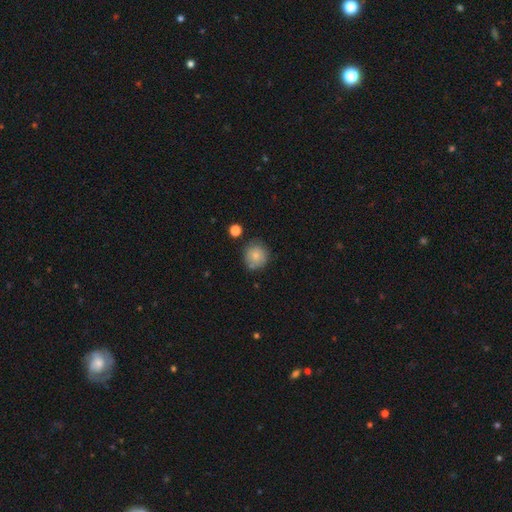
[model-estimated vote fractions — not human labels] smooth_or_featured: smooth (p=0.80) [alt: featured or disk p=0.11]
how_rounded: round (p=0.90) [alt: in between p=0.09]
merging: none (p=0.75) [alt: minor disturbance p=0.15]